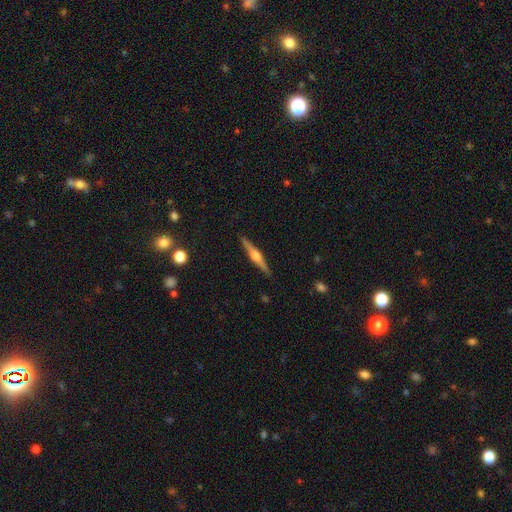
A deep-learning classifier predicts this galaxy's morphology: Smooth or featured? featured or disk (76%)
Edge-on disk? yes (98%)
Edge-on bulge? rounded (91%)
Merging? none (91%)